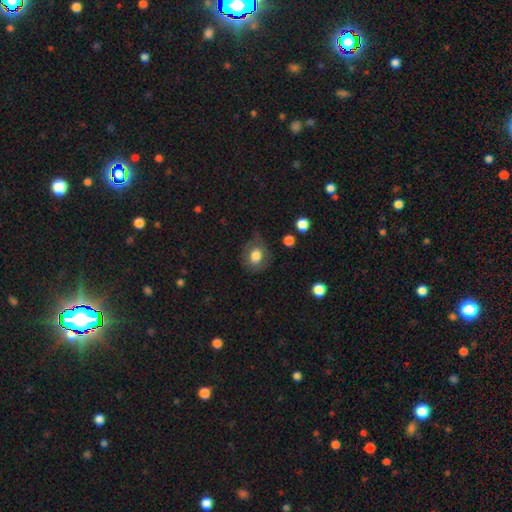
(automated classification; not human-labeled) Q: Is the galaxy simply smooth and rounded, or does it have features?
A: smooth — 74%.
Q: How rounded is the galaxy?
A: round — 51%.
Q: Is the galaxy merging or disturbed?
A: none — 64%.